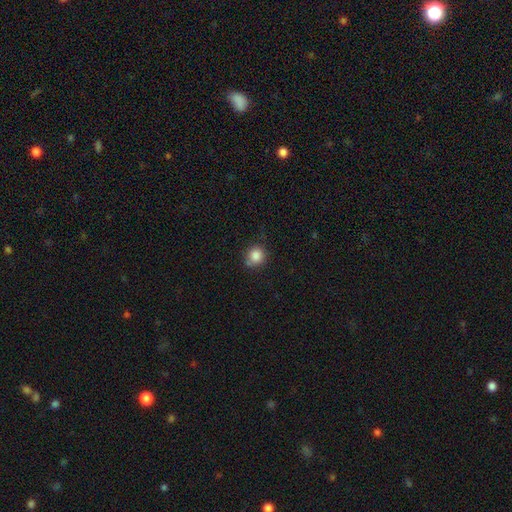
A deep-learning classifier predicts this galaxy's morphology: smooth_or_featured: smooth (p=0.86) [alt: star or artifact p=0.10]
how_rounded: round (p=0.86) [alt: in between p=0.13]
merging: none (p=0.73) [alt: minor disturbance p=0.21]